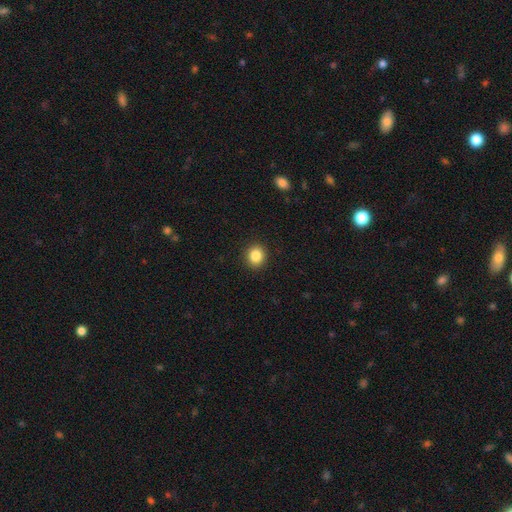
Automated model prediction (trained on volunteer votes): Smooth or featured?
  - smooth: 86% *
  - star or artifact: 10%
  - featured or disk: 4%
How rounded?
  - round: 78% *
  - in between: 22%
  - cigar-shaped: 1%
Merging?
  - none: 92% *
  - minor disturbance: 6%
  - major disturbance: 2%
  - merger: 1%